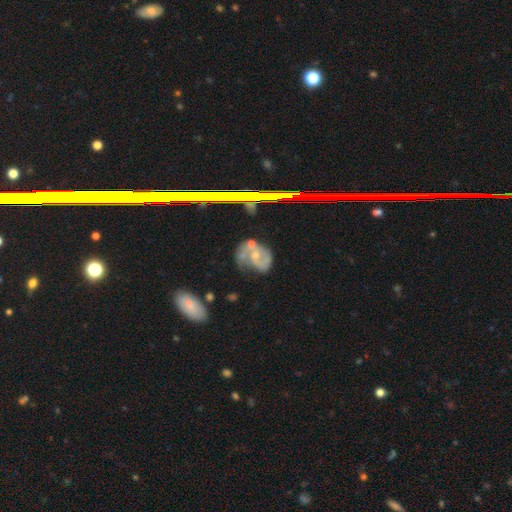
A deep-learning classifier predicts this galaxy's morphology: type=featured or disk (70%); edge-on=no (97%); bar=no (57%); spiral arms=yes (84%); winding=medium (44%); arm count=2 (63%); bulge=small (59%); merging=none (45%).